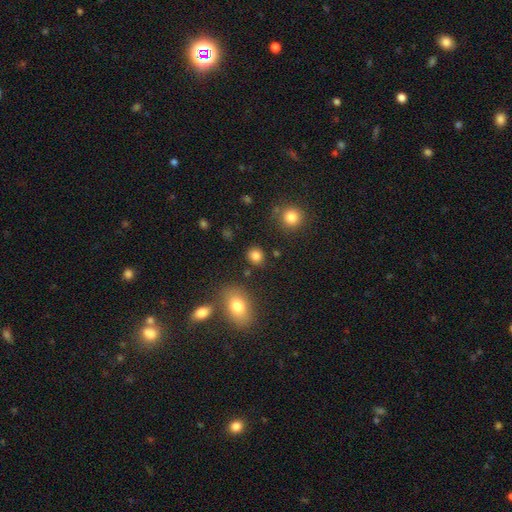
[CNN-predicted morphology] Overall: smooth (84%). How rounded: round (72%). Merging: none (84%).